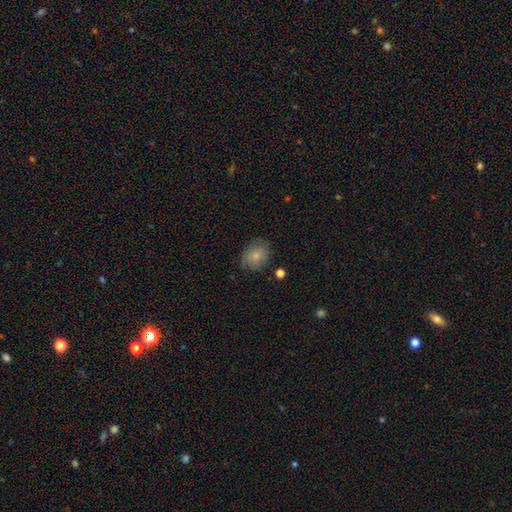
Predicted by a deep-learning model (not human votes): Morphology: type=smooth (80%); roundness=round (51%); merging=none (76%).